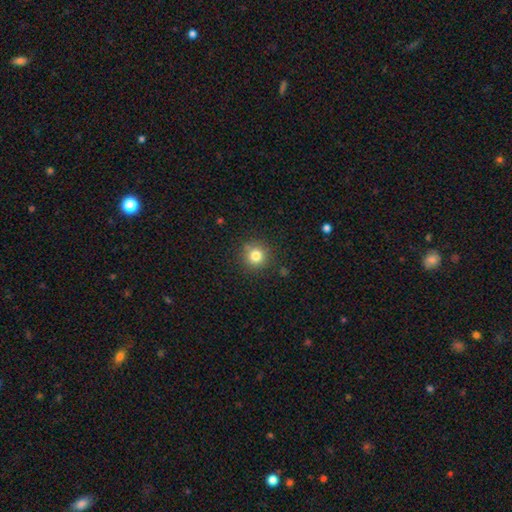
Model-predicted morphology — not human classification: type=smooth (80%); roundness=round (94%); merging=none (86%).